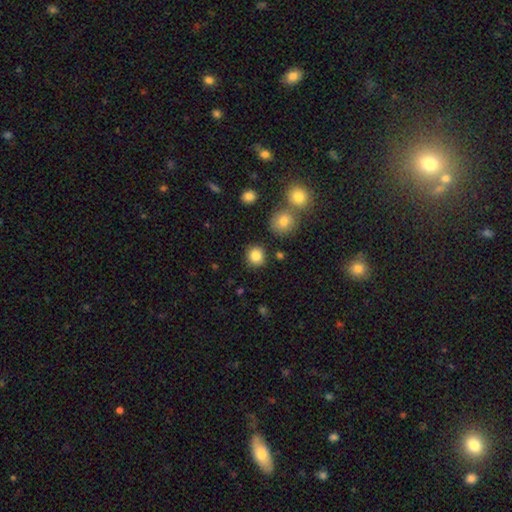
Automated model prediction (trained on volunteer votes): Overall: smooth (84%). How rounded: round (89%). Merging: none (86%).